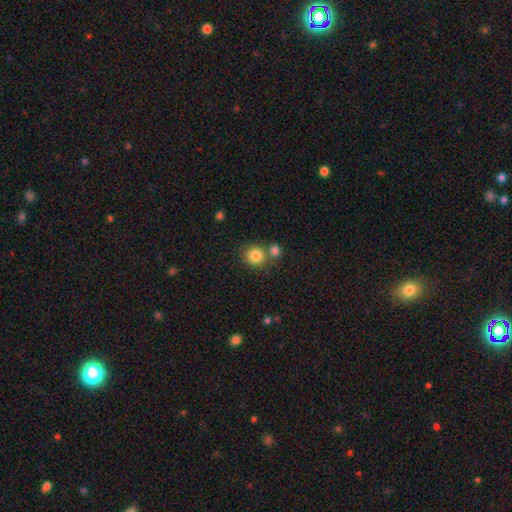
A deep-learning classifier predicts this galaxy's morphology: Q: Smooth or featured?
A: smooth (83%); runner-up: star or artifact (10%)
Q: How rounded?
A: round (89%); runner-up: in between (10%)
Q: Merging?
A: none (65%); runner-up: merger (23%)